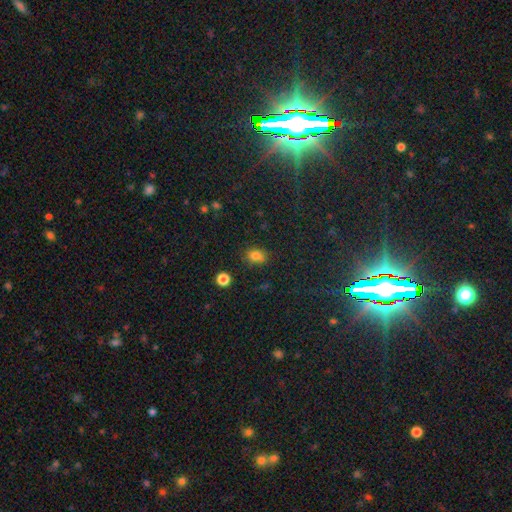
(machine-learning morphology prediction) Overall: smooth (79%). How rounded: in between (57%; round 41%). Merging: none (75%).